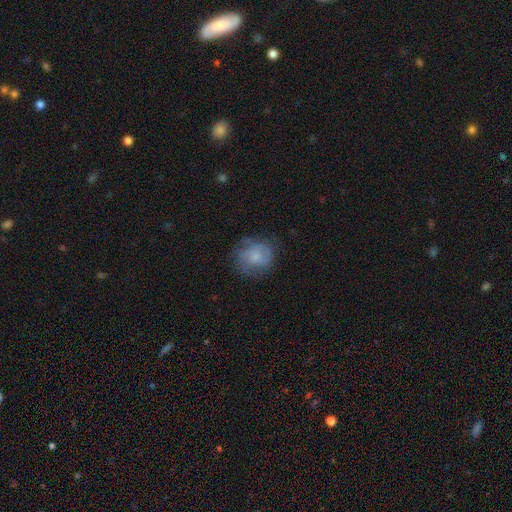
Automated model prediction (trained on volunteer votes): Smooth or featured: smooth — 54% (featured or disk — 37%)
How rounded: round — 77% (in between — 22%)
Merging: none — 64% (minor disturbance — 22%)